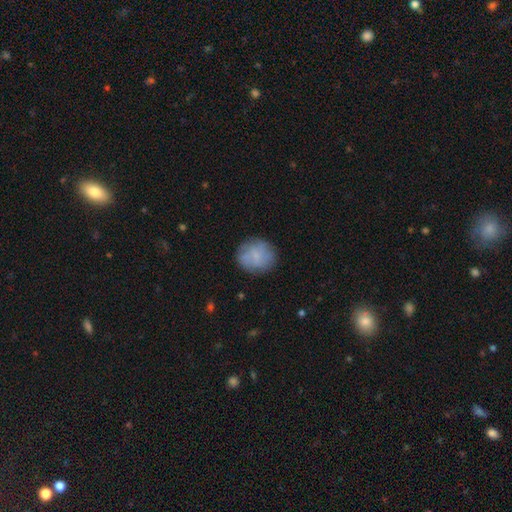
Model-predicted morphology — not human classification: This appears to be a smooth galaxy with no disk features (70%) that is round (83%). Merging: none (78%).